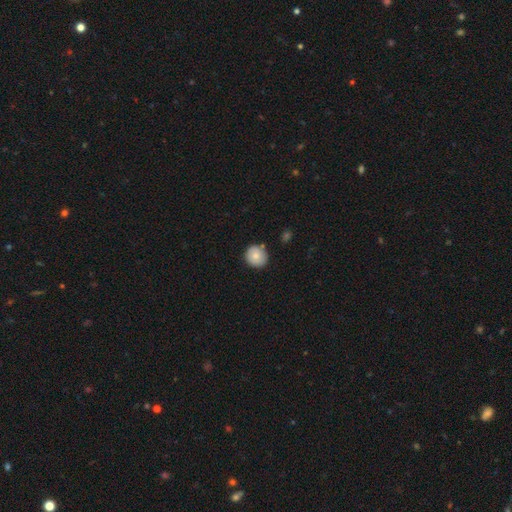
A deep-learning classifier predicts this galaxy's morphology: A smooth galaxy with no disk features (80%) that is round (88%).

Vote fractions:
- Smooth or featured? smooth: 80% / featured or disk: 12% / star or artifact: 8%
- How rounded? round: 88% / in between: 11% / cigar-shaped: 1%
- Merging? none: 82% / minor disturbance: 12% / merger: 4% / major disturbance: 2%